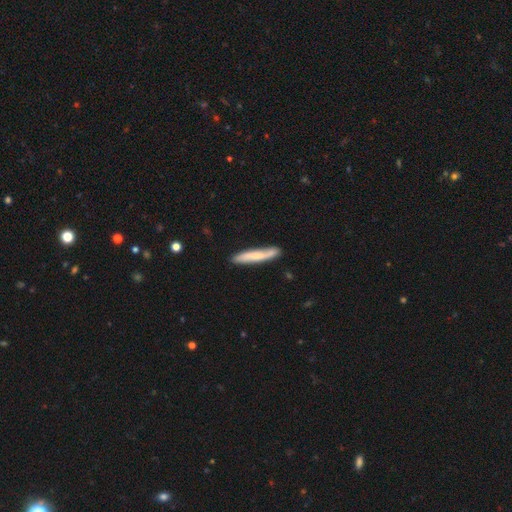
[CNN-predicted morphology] smooth_or_featured: smooth (p=0.64) [alt: featured or disk p=0.31]
how_rounded: cigar-shaped (p=0.92) [alt: in between p=0.06]
merging: none (p=0.82) [alt: minor disturbance p=0.14]